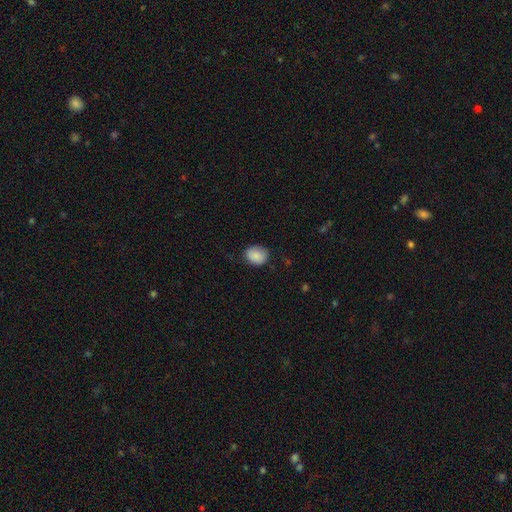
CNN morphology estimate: This appears to be a smooth galaxy with no disk features (87%) that is round (56%). Merging: none (75%).